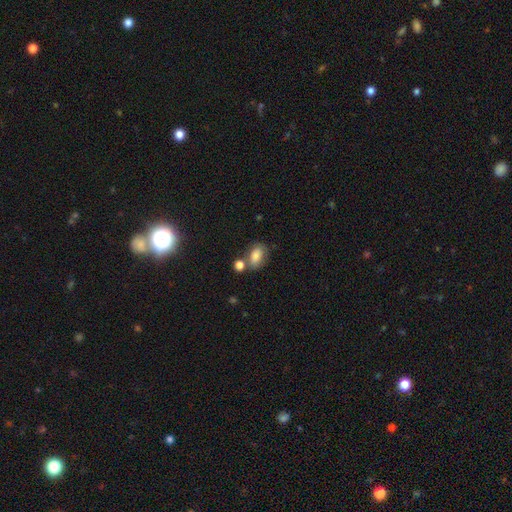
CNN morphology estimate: A smooth galaxy with no disk features (77%) that is in between round and cigar-shaped (85%). Merging: none (53%).